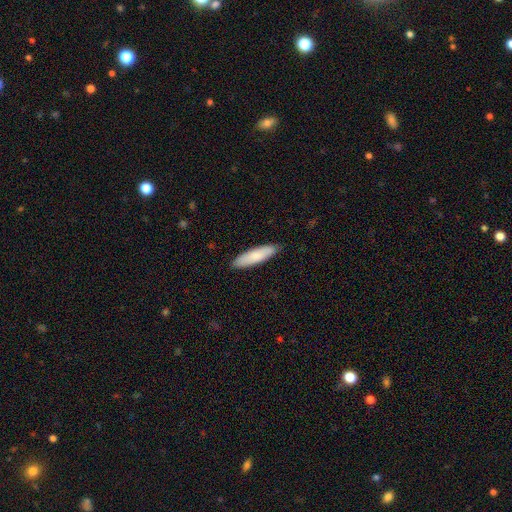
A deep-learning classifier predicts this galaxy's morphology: Overall: smooth (81%). How rounded: cigar-shaped (65%; in between 33%). Merging: none (87%).